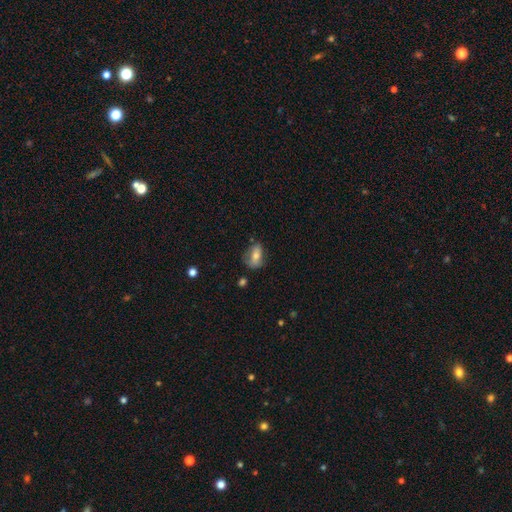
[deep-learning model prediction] Smooth or featured: smooth — 66% (featured or disk — 25%)
How rounded: in between — 83% (round — 12%)
Merging: none — 56% (minor disturbance — 30%)